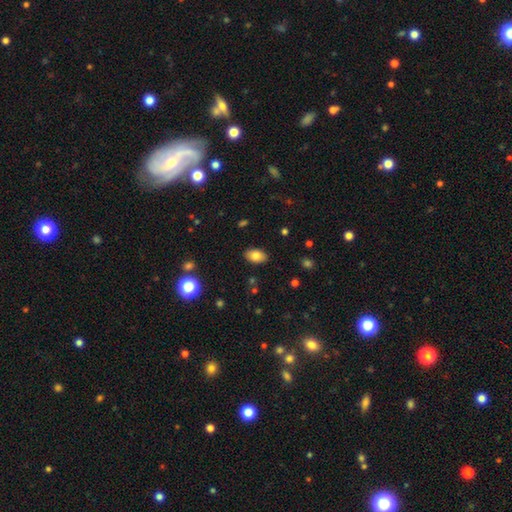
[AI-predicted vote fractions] smooth-or-featured: smooth: 82% | featured or disk: 9% | star or artifact: 9%
  how-rounded: in between: 90% | round: 9% | cigar-shaped: 1%
  merging: none: 87% | minor disturbance: 9% | major disturbance: 2% | merger: 1%